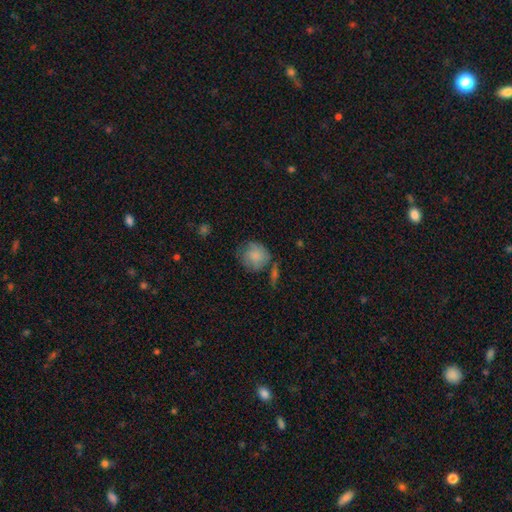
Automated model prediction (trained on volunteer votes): A smooth galaxy with no disk features (75%) that is round (82%). Merging: none (55%).